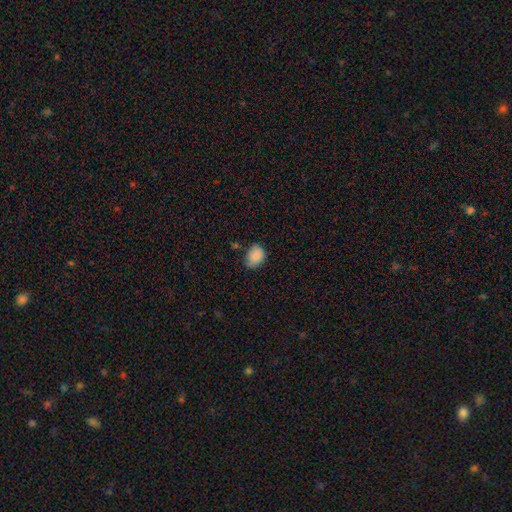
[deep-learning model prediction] Smooth or featured?
  - smooth: 85% *
  - star or artifact: 8%
  - featured or disk: 7%
How rounded?
  - in between: 55% *
  - round: 44%
  - cigar-shaped: 1%
Merging?
  - none: 63% *
  - minor disturbance: 30%
  - major disturbance: 5%
  - merger: 3%